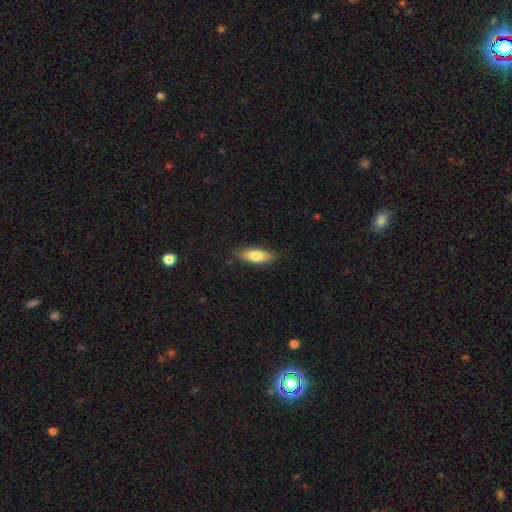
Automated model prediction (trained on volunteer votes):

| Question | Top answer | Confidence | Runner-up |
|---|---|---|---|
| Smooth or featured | smooth | 76% | featured or disk (18%) |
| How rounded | in between | 67% | cigar-shaped (31%) |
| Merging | none | 83% | minor disturbance (13%) |